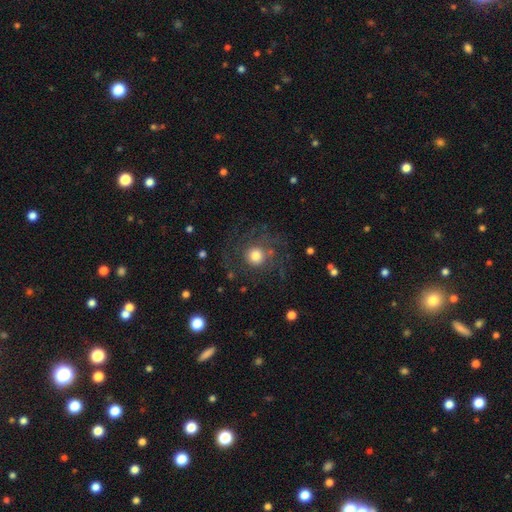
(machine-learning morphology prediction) A smooth galaxy with no disk features (54%) that is round (92%).

Vote fractions:
- Smooth or featured? smooth: 54% / featured or disk: 33% / star or artifact: 12%
- How rounded? round: 92% / in between: 7% / cigar-shaped: 1%
- Merging? none: 66% / major disturbance: 16% / minor disturbance: 15% / merger: 2%